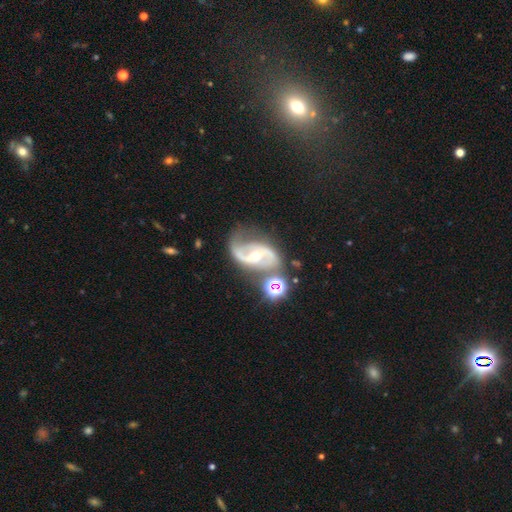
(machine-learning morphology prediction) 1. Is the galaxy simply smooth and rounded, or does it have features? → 89% featured or disk, 6% star or artifact, 5% smooth.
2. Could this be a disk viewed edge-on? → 97% no, 3% yes.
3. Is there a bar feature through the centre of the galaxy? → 40% no, 34% weak, 25% strong.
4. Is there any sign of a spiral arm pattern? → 97% yes, 3% no.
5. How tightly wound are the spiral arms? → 47% medium, 36% loose, 16% tight.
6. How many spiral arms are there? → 90% 2, 3% can't tell, 3% 1, 2% 3, 1% 4, 1% more than 4.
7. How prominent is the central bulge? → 50% moderate, 46% small, 2% large, 1% none, 1% dominant.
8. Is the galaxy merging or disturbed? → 58% none, 20% minor disturbance, 11% major disturbance, 11% merger.